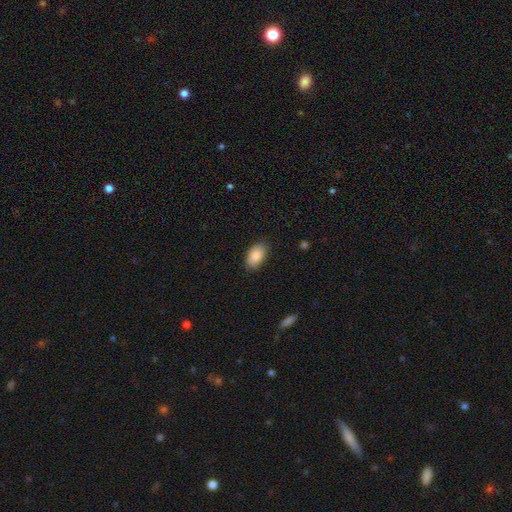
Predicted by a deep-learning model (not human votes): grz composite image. It shows a smooth galaxy with no disk features (86%) that is in between round and cigar-shaped (91%). Merging: none (82%).